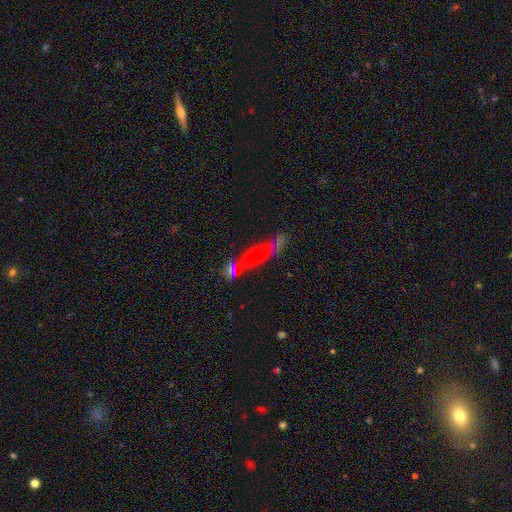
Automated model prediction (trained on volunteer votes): Smooth or featured: smooth — 55% (star or artifact — 26%)
How rounded: in between — 56% (cigar-shaped — 35%)
Merging: none — 70% (minor disturbance — 14%)